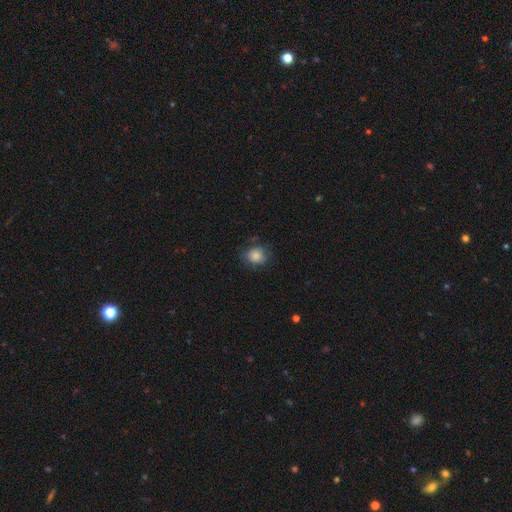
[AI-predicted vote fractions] A smooth galaxy with no disk features (85%) that is round (77%). Merging: none (74%).